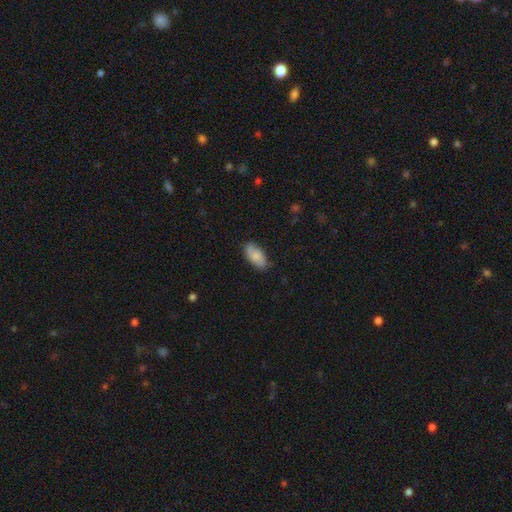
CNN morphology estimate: The model was most divided on "merging": none: 76%, minor disturbance: 19%, major disturbance: 4%, merger: 1%. More confident: how rounded — in between (92%); smooth or featured — smooth (80%).